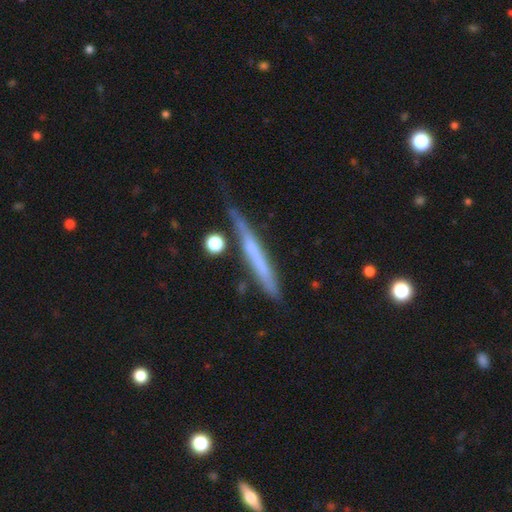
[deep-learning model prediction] smooth-or-featured: featured or disk: 51% | smooth: 42% | star or artifact: 7%
  disk-edge-on: yes: 93% | no: 7%
  merging: none: 69% | minor disturbance: 22% | major disturbance: 5% | merger: 4%